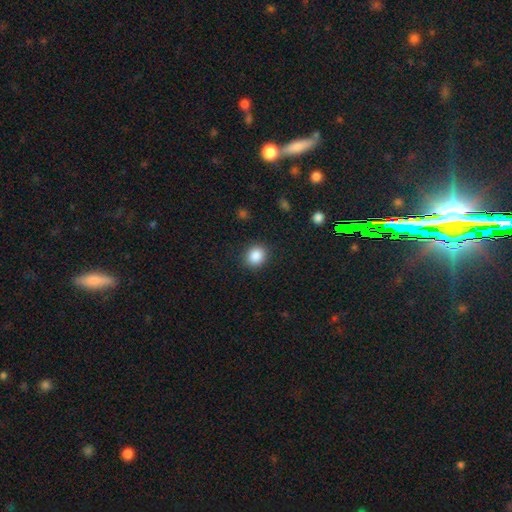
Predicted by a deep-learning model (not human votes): Overall: smooth (87%). How rounded: round (77%). Merging: none (89%).